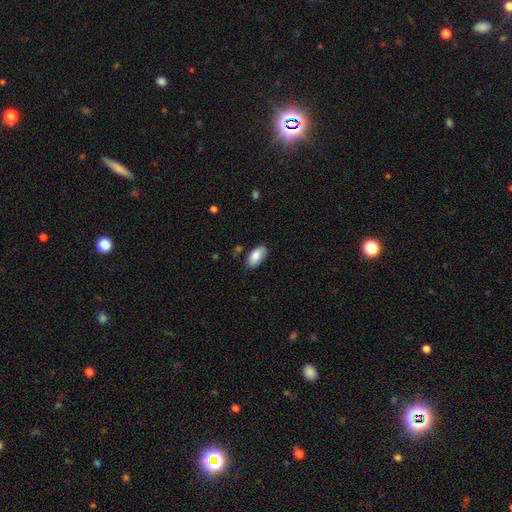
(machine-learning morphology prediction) This is clearly a smooth galaxy (81%). How rounded: clearly in between (94%). Merging: clearly none (82%).